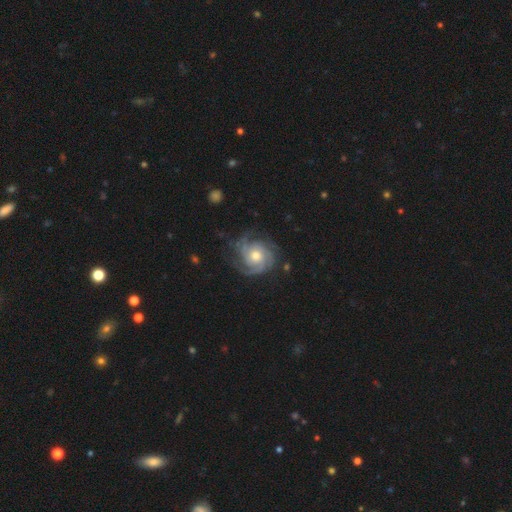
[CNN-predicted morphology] Smooth or featured?
  - featured or disk: 90% *
  - smooth: 5%
  - star or artifact: 5%
Edge-on disk?
  - no: 98% *
  - yes: 2%
Bar?
  - no: 77% *
  - weak: 19%
  - strong: 4%
Spiral arms?
  - yes: 98% *
  - no: 2%
Spiral winding?
  - tight: 69% *
  - medium: 27%
  - loose: 4%
Spiral arm count?
  - 3: 42% *
  - 4: 20%
  - can't tell: 14%
  - 2: 11%
  - more than 4: 7%
  - 1: 6%
Bulge size?
  - moderate: 71% *
  - small: 18%
  - large: 8%
  - none: 1%
  - dominant: 1%
Merging?
  - none: 76% *
  - minor disturbance: 16%
  - major disturbance: 6%
  - merger: 1%